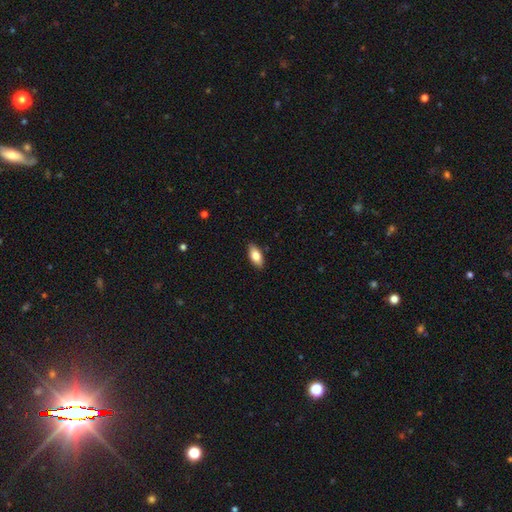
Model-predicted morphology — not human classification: Smooth or featured?
  - smooth: 78% *
  - featured or disk: 15%
  - star or artifact: 7%
How rounded?
  - in between: 87% *
  - cigar-shaped: 11%
  - round: 3%
Merging?
  - none: 87% *
  - minor disturbance: 10%
  - major disturbance: 2%
  - merger: 1%